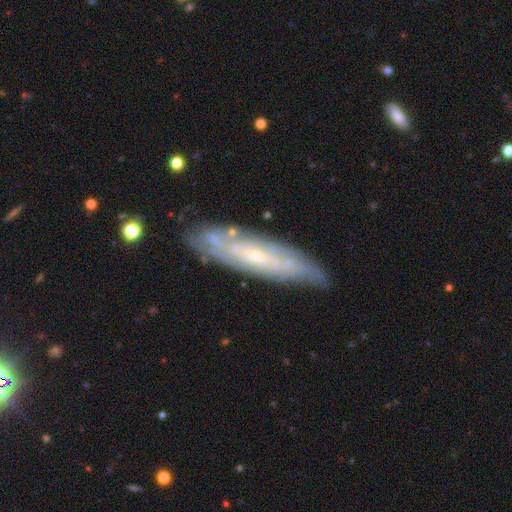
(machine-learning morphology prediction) Overall: featured or disk (72%). Edge-on disk: no (65%; yes 35%). Merging: none (78%).